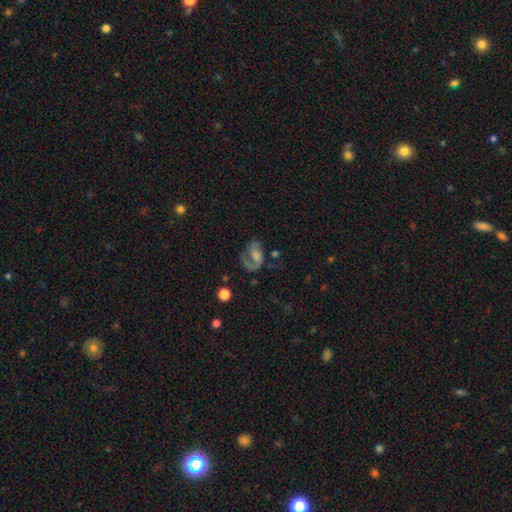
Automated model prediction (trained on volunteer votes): A featured or disk galaxy (60%) with no bar (59%), spiral arms (80%) and a moderate central bulge (31%).

Vote fractions:
- Smooth or featured? featured or disk: 60% / smooth: 30% / star or artifact: 10%
- Edge-on disk? no: 97% / yes: 3%
- Bar? no: 59% / weak: 32% / strong: 9%
- Spiral arms? yes: 80% / no: 20%
- Bulge size? moderate: 31% / small: 27% / none: 26% / large: 13% / dominant: 2%
- Merging? none: 38% / major disturbance: 37% / minor disturbance: 20% / merger: 5%